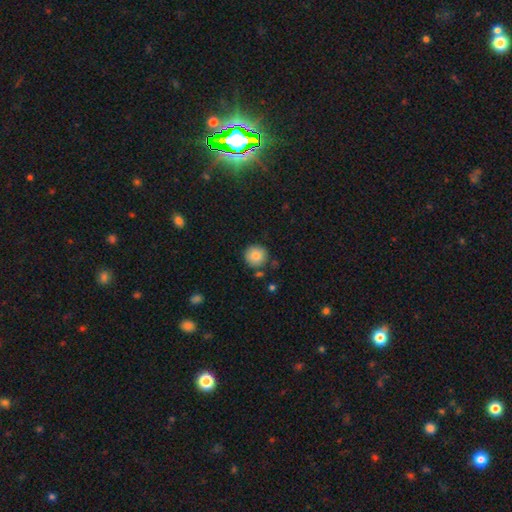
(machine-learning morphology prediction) type=smooth (85%); roundness=round (94%); merging=none (84%).